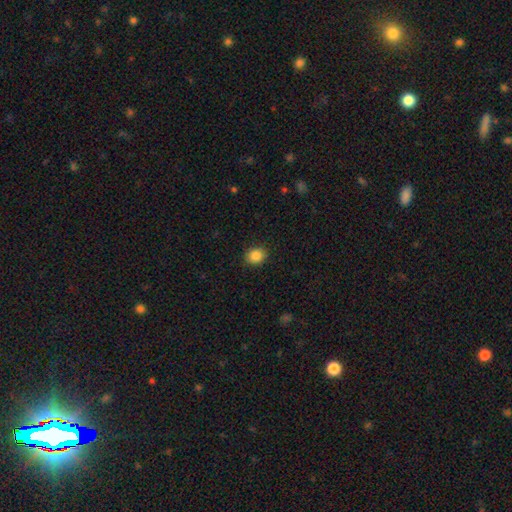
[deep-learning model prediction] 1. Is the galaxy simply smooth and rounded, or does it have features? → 87% smooth, 10% star or artifact, 4% featured or disk.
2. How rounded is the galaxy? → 70% round, 30% in between, 1% cigar-shaped.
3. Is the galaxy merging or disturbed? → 90% none, 7% minor disturbance, 2% major disturbance, 1% merger.